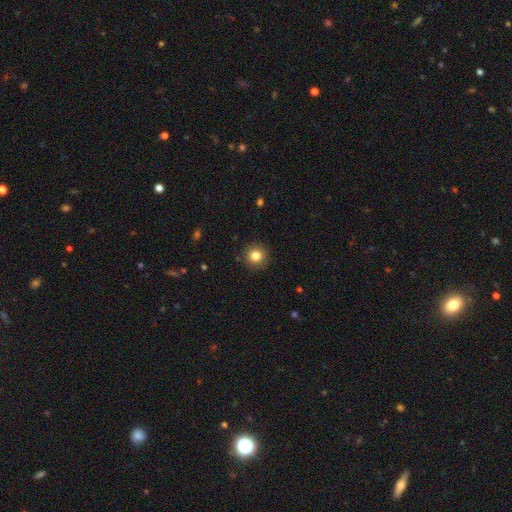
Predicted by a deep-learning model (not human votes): A smooth galaxy with no disk features (83%) that is round (93%). Merging: none (90%).